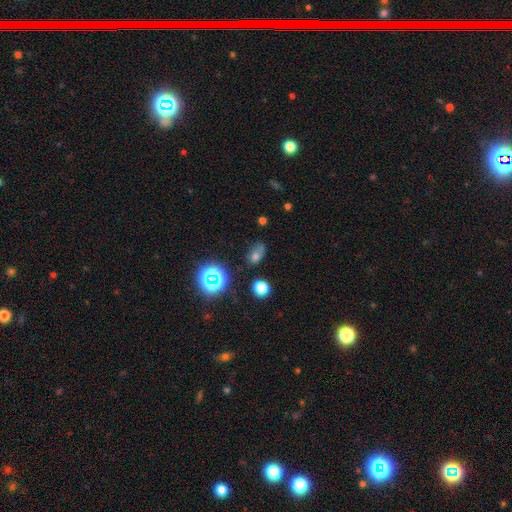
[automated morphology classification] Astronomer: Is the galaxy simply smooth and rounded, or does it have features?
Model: smooth — 57%.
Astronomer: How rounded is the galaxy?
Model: in between — 71%.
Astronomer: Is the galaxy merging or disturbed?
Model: none — 55%.